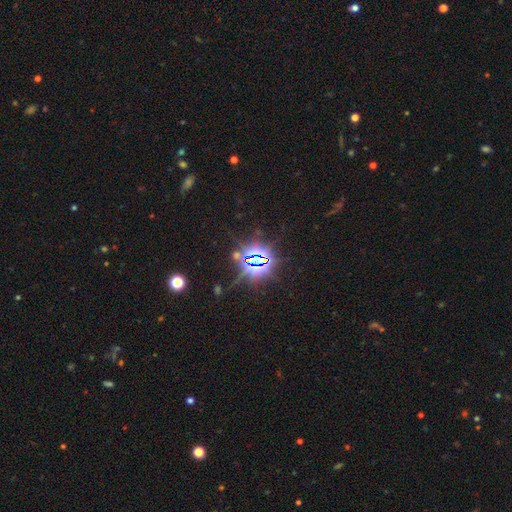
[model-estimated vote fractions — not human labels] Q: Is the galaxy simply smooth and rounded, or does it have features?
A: star or artifact — 82%.